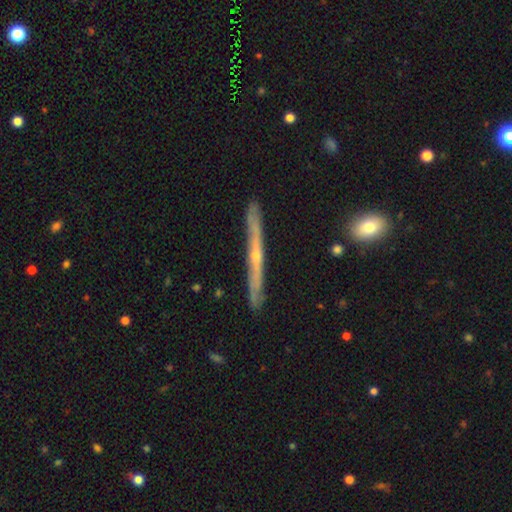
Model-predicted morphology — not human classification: Smooth or featured?
  - featured or disk: 74% *
  - smooth: 21%
  - star or artifact: 5%
Edge-on disk?
  - yes: 96% *
  - no: 4%
Edge-on bulge?
  - rounded: 66% *
  - none: 31%
  - boxy: 3%
Merging?
  - none: 85% *
  - minor disturbance: 11%
  - major disturbance: 2%
  - merger: 2%